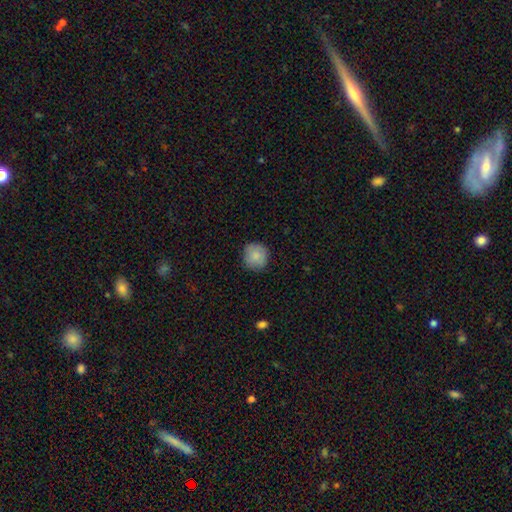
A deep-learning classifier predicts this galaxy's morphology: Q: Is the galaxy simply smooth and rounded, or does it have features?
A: smooth — 84%.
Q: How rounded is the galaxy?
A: round — 92%.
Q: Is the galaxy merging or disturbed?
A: none — 84%.